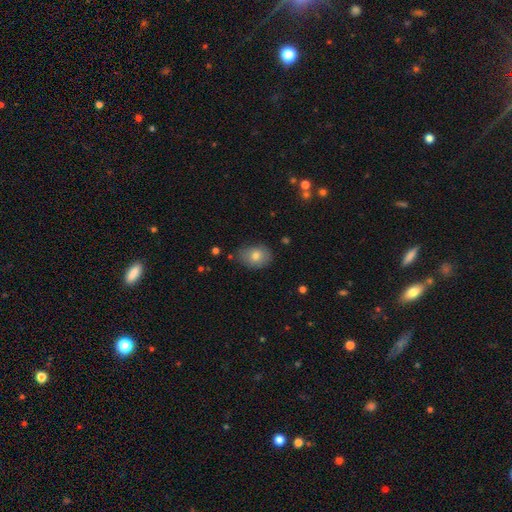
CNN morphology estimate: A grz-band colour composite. It shows a smooth galaxy with no disk features (77%) that is in between round and cigar-shaped (70%). Merging: none (73%).